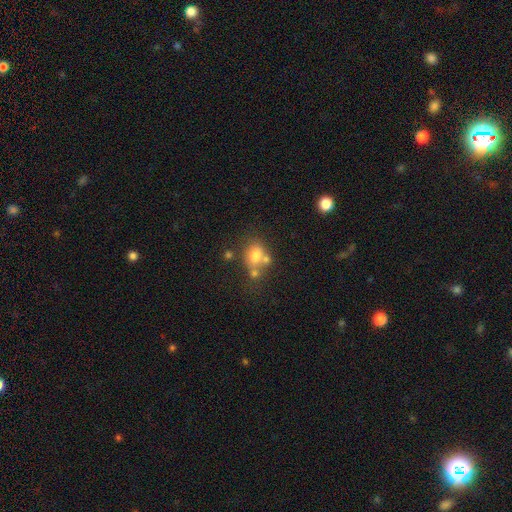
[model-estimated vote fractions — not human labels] Morphology: type=smooth (71%); roundness=in between (55%); merging=none (44%).